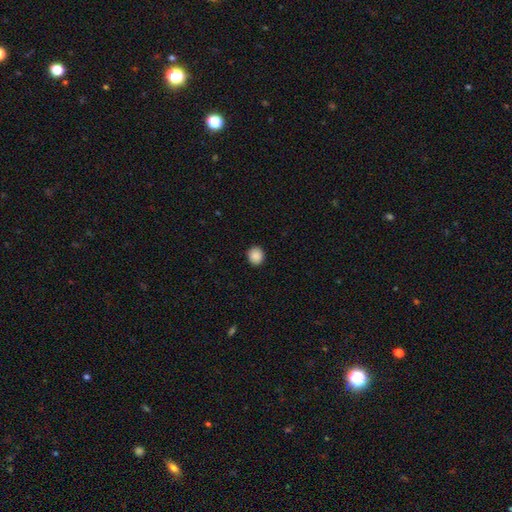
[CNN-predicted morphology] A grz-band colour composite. It shows a smooth galaxy with no disk features (89%) that is round (86%). Merging: none (92%).